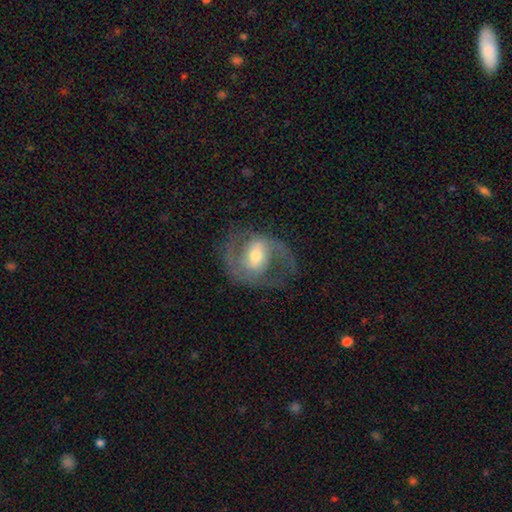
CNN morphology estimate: This is clearly a featured or disk galaxy (80%). It is clearly not viewed edge-on (97%). Bar: possibly weak (46%). Spiral arm pattern: clearly yes (88%). Spiral arm count: clearly 2 (85%). Spiral winding: possibly medium (55%). Central bulge: likely moderate (65%). Merging: likely none (67%).